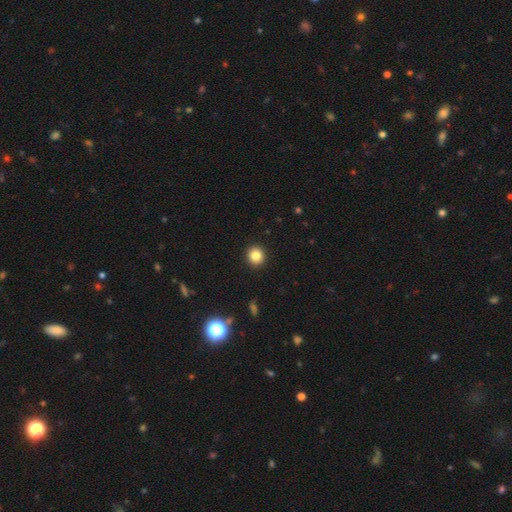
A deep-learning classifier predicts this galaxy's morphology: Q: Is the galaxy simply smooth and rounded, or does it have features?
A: smooth — 84%.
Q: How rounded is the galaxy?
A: round — 91%.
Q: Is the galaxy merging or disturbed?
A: none — 93%.